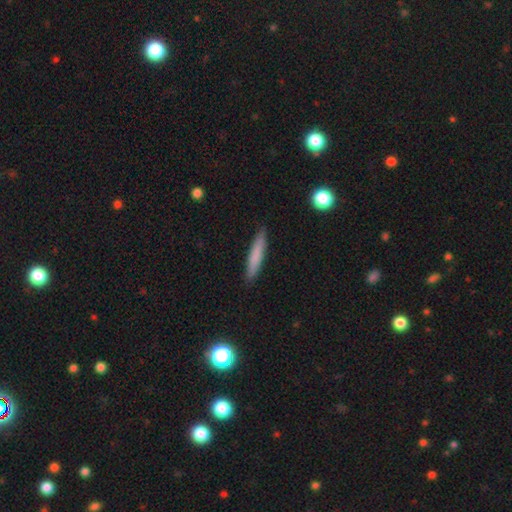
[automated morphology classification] A smooth galaxy with no disk features (76%) that is cigar-shaped (92%).

Vote fractions:
- Smooth or featured? smooth: 76% / featured or disk: 18% / star or artifact: 6%
- How rounded? cigar-shaped: 92% / in between: 7% / round: 1%
- Merging? none: 89% / minor disturbance: 8% / major disturbance: 2% / merger: 1%